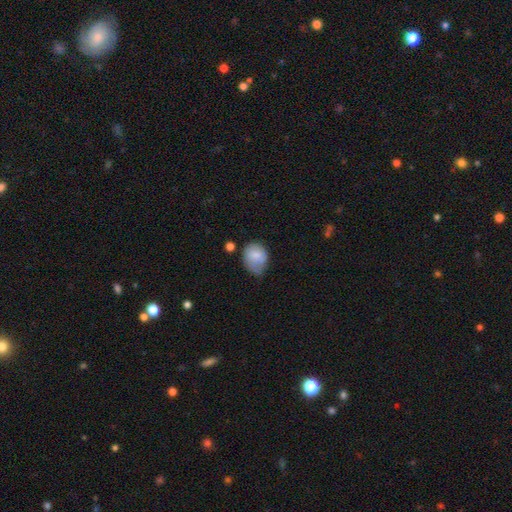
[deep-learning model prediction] A smooth galaxy with no disk features (78%) that is round (50%). Merging: minor disturbance (43%).